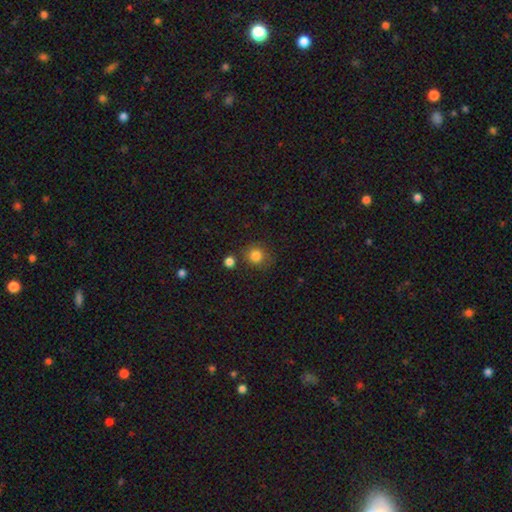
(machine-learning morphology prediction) type=smooth (84%); roundness=round (88%); merging=none (78%).